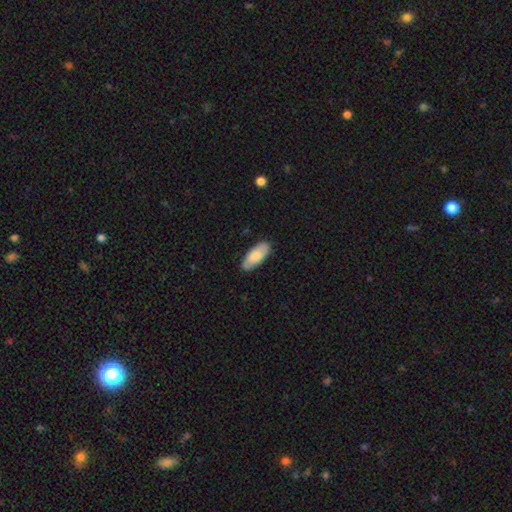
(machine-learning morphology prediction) This is clearly a smooth galaxy (80%). How rounded: clearly in between (84%). Merging: clearly none (87%).